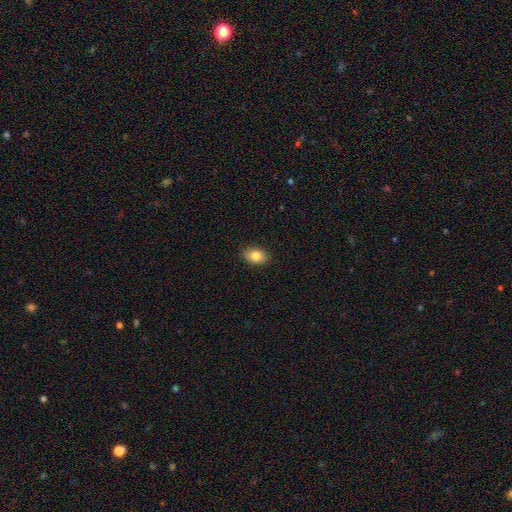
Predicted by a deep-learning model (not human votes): A smooth galaxy with no disk features (82%) that is in between round and cigar-shaped (84%).

Vote fractions:
- Smooth or featured? smooth: 82% / featured or disk: 10% / star or artifact: 8%
- How rounded? in between: 84% / round: 14% / cigar-shaped: 1%
- Merging? none: 89% / minor disturbance: 8% / major disturbance: 2% / merger: 1%